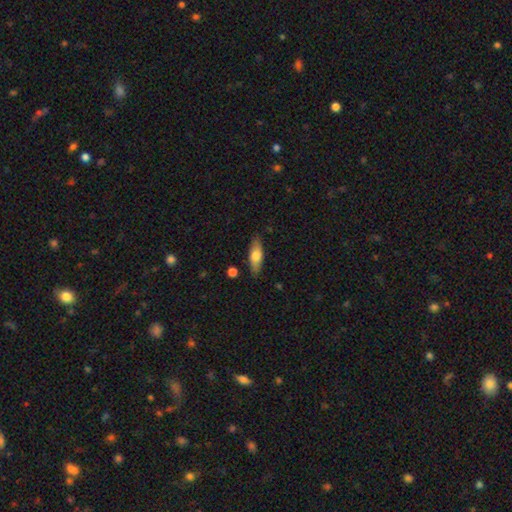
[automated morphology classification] A smooth galaxy with no disk features (69%) that is in between round and cigar-shaped (63%). Merging: none (84%).